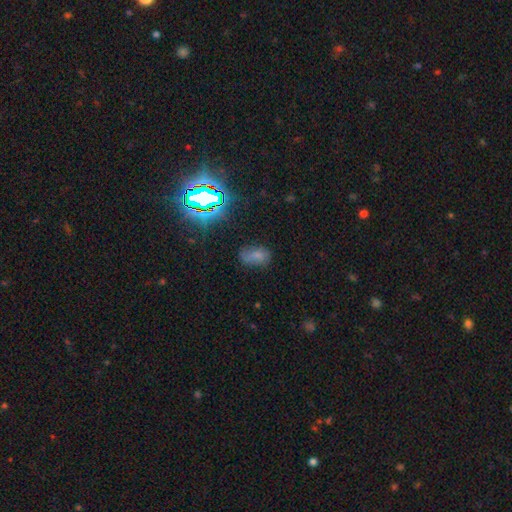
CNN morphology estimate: Smooth or featured: smooth — 60% (star or artifact — 24%)
How rounded: in between — 88% (round — 10%)
Merging: none — 59% (minor disturbance — 26%)